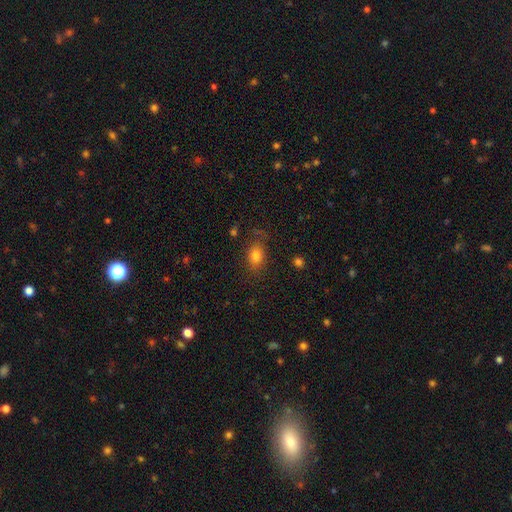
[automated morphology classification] Smooth or featured?
  - smooth: 80% *
  - star or artifact: 11%
  - featured or disk: 9%
How rounded?
  - in between: 73% *
  - round: 26%
  - cigar-shaped: 2%
Merging?
  - none: 74% *
  - minor disturbance: 17%
  - major disturbance: 7%
  - merger: 2%